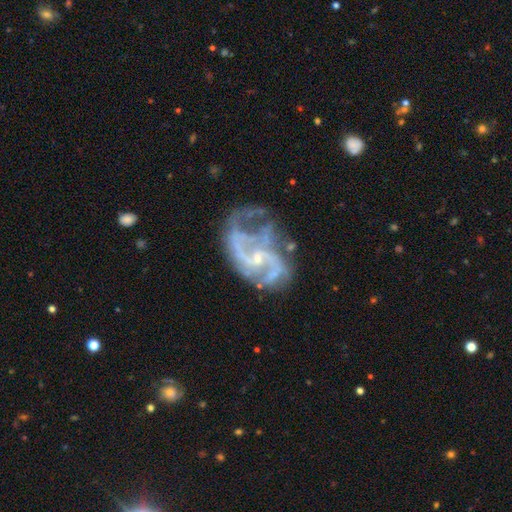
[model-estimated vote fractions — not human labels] Q: Smooth or featured?
A: featured or disk (85%); runner-up: star or artifact (8%)
Q: Edge-on disk?
A: no (97%); runner-up: yes (3%)
Q: Bar?
A: no (49%); runner-up: weak (39%)
Q: Spiral arms?
A: yes (90%); runner-up: no (10%)
Q: Spiral winding?
A: loose (42%); runner-up: medium (41%)
Q: Spiral arm count?
A: 2 (49%); runner-up: can't tell (19%)
Q: Bulge size?
A: small (70%); runner-up: moderate (21%)
Q: Merging?
A: none (42%); runner-up: major disturbance (30%)